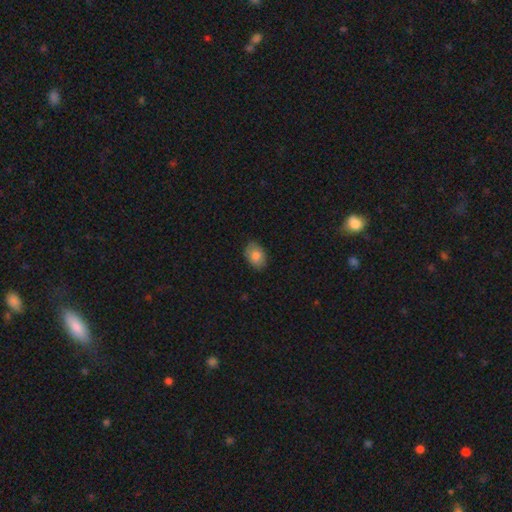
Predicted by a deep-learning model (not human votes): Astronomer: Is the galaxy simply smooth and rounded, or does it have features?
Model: smooth — 80%.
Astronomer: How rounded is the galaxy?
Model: in between — 82%.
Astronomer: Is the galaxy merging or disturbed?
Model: none — 84%.